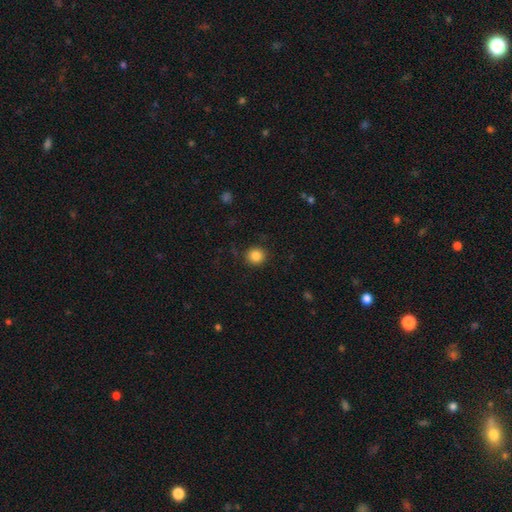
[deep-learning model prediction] smooth-or-featured: smooth: 85% | star or artifact: 10% | featured or disk: 4%
  how-rounded: round: 91% | in between: 8% | cigar-shaped: 1%
  merging: none: 89% | minor disturbance: 7% | major disturbance: 2% | merger: 1%